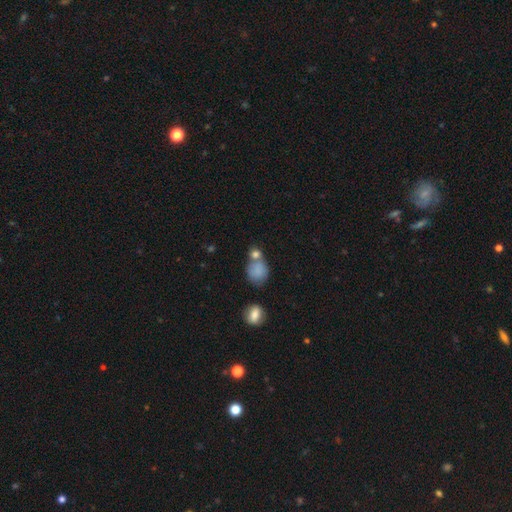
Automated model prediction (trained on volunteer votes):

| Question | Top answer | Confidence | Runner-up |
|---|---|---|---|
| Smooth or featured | smooth | 75% | star or artifact (14%) |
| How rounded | round | 67% | in between (31%) |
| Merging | none | 47% | merger (35%) |